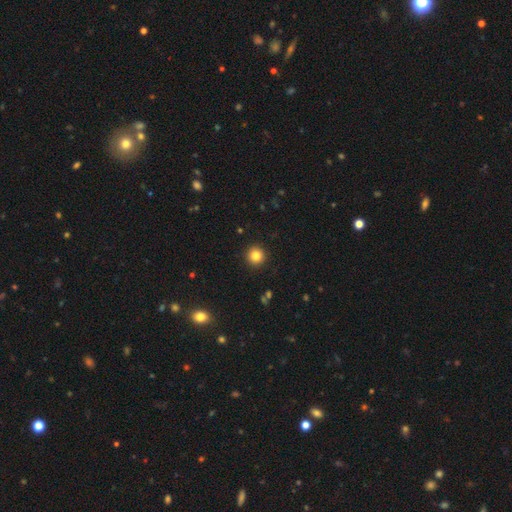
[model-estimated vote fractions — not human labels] Smooth or featured?
  - smooth: 84% *
  - star or artifact: 11%
  - featured or disk: 5%
How rounded?
  - round: 95% *
  - in between: 4%
  - cigar-shaped: 1%
Merging?
  - none: 93% *
  - minor disturbance: 5%
  - major disturbance: 2%
  - merger: 1%